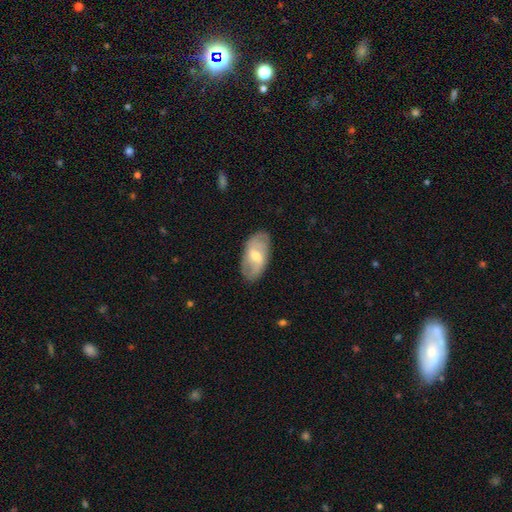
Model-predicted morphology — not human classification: smooth-or-featured: featured or disk: 54% | smooth: 39% | star or artifact: 6%
  disk-edge-on: no: 91% | yes: 9%
  merging: none: 82% | minor disturbance: 13% | major disturbance: 4% | merger: 1%